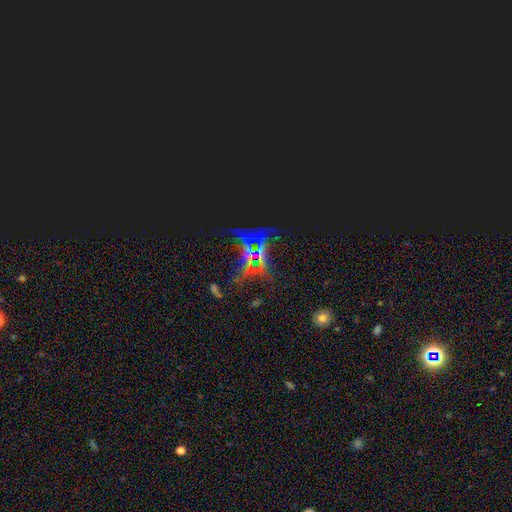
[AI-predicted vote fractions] This is likely a star or artifact rather than a galaxy (71%).